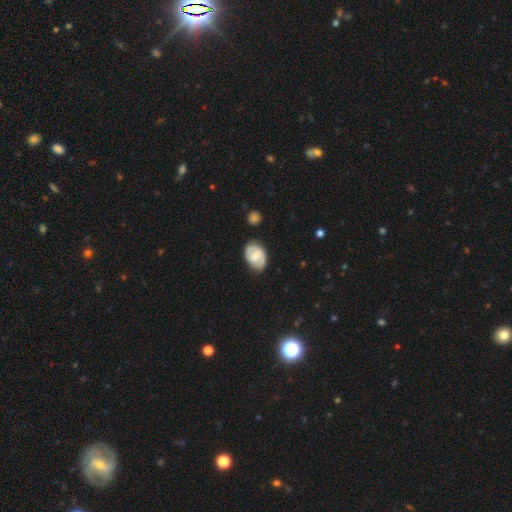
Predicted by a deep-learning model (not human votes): This appears to be a featured or disk galaxy (54%) with a weak bar (52%), spiral arms (77%) and a moderate central bulge (43%). Merging: none (77%).